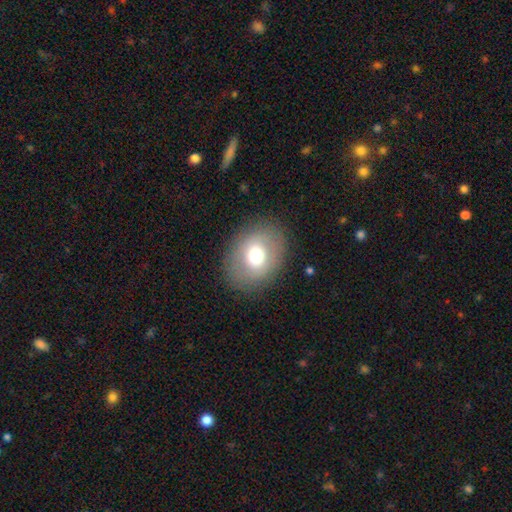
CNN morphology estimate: The model was most divided on "how rounded": in between: 58%, round: 41%, cigar-shaped: 1%. More confident: merging — none (84%); smooth or featured — smooth (66%).